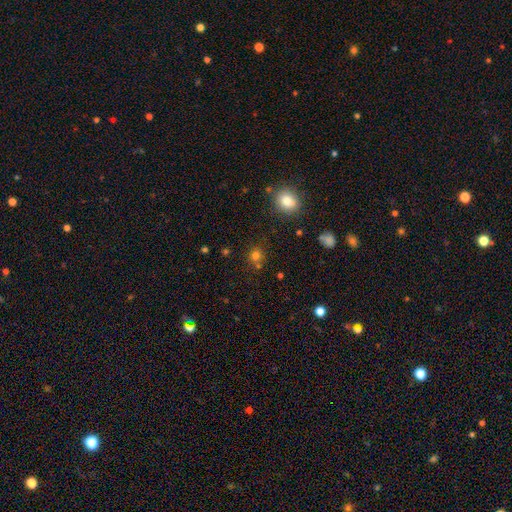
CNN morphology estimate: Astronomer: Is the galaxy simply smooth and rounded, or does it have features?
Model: smooth — 74%.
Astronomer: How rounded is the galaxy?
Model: round — 86%.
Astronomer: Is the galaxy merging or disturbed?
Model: none — 74%.